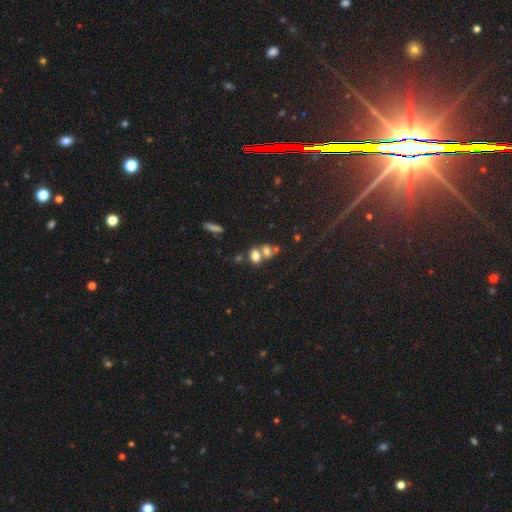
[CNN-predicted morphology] smooth_or_featured: smooth (p=0.72) [alt: featured or disk p=0.14]
how_rounded: in between (p=0.65) [alt: round p=0.33]
merging: merger (p=0.56) [alt: none p=0.32]